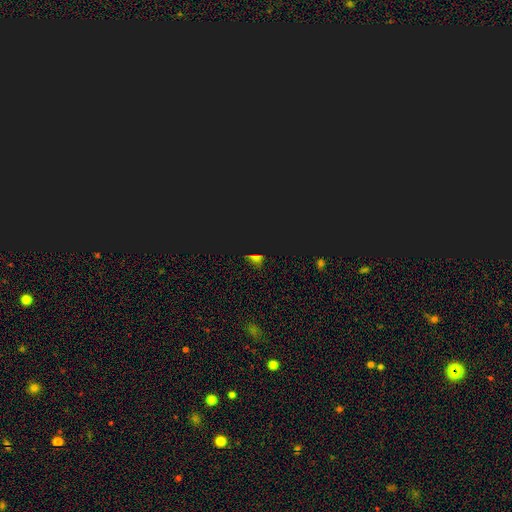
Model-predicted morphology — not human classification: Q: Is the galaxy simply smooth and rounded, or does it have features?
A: star or artifact — 71%.